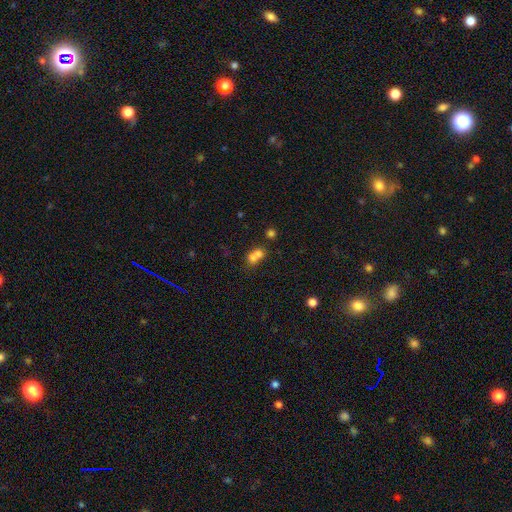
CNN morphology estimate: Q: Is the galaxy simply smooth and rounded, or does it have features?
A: smooth — 69%.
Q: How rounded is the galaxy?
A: round — 64%.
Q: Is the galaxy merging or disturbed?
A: merger — 67%.